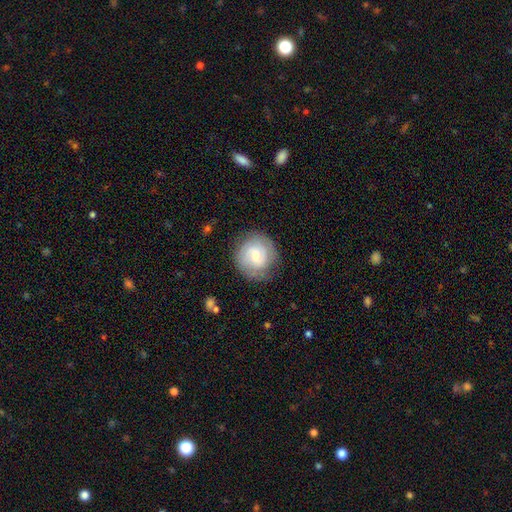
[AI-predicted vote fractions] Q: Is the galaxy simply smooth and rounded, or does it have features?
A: featured or disk — 53%.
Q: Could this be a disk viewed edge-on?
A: no — 97%.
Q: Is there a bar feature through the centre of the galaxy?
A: no — 54%.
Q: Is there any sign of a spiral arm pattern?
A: yes — 81%.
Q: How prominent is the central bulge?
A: moderate — 57%.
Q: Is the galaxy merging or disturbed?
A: none — 77%.